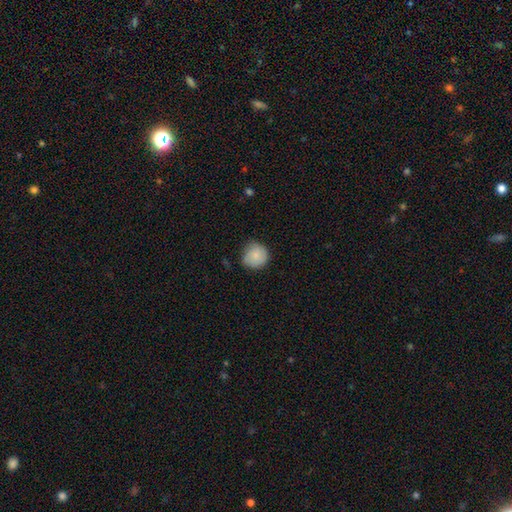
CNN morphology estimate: Smooth or featured?
  - smooth: 84% *
  - featured or disk: 8%
  - star or artifact: 8%
How rounded?
  - round: 90% *
  - in between: 9%
  - cigar-shaped: 1%
Merging?
  - none: 66% *
  - minor disturbance: 28%
  - major disturbance: 4%
  - merger: 2%